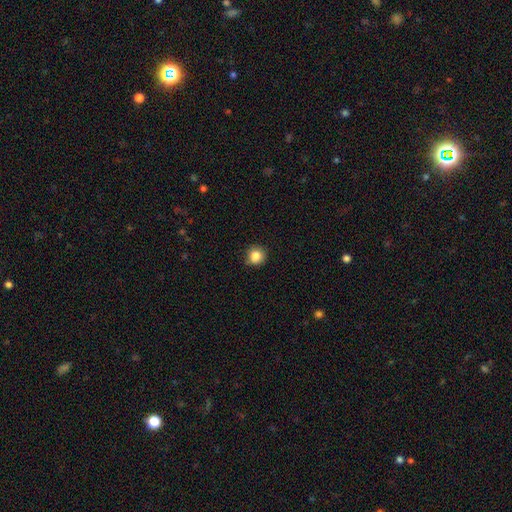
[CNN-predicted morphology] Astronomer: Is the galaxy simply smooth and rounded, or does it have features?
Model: smooth — 85%.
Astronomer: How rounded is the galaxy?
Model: round — 93%.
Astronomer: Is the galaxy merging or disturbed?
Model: none — 86%.